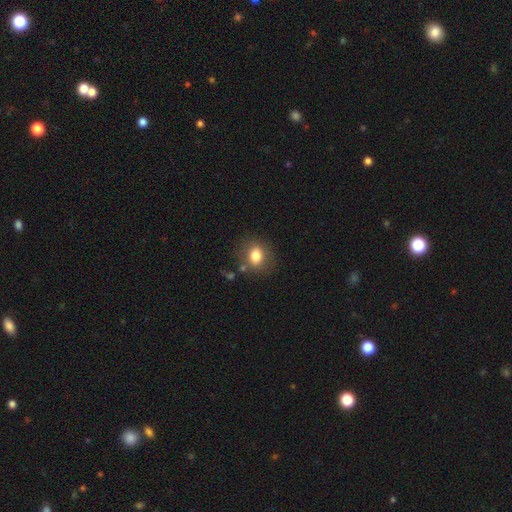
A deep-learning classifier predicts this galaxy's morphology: Q: Smooth or featured?
A: smooth (79%); runner-up: featured or disk (11%)
Q: How rounded?
A: round (55%); runner-up: in between (44%)
Q: Merging?
A: none (79%); runner-up: minor disturbance (12%)